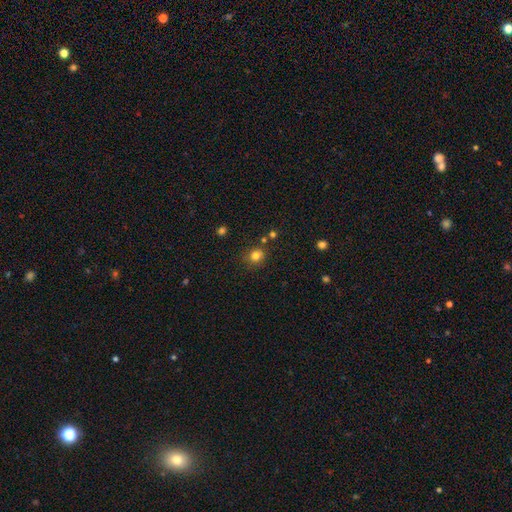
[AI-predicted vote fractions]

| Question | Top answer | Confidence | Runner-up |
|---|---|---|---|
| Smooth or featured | smooth | 79% | star or artifact (14%) |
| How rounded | round | 84% | in between (16%) |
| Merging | none | 78% | minor disturbance (12%) |